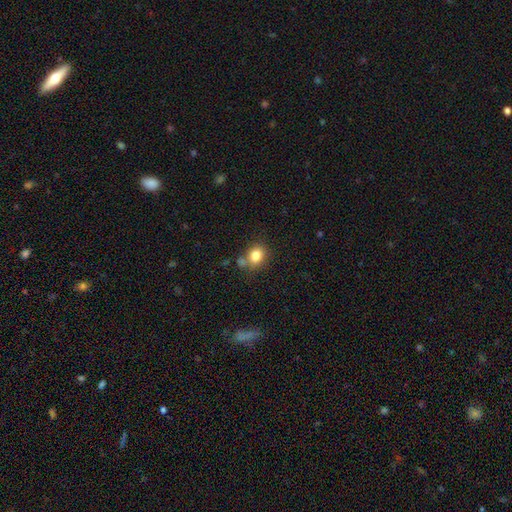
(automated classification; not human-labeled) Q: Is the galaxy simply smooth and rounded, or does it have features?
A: smooth — 81%.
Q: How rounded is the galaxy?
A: round — 59%.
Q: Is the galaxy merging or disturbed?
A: none — 64%.